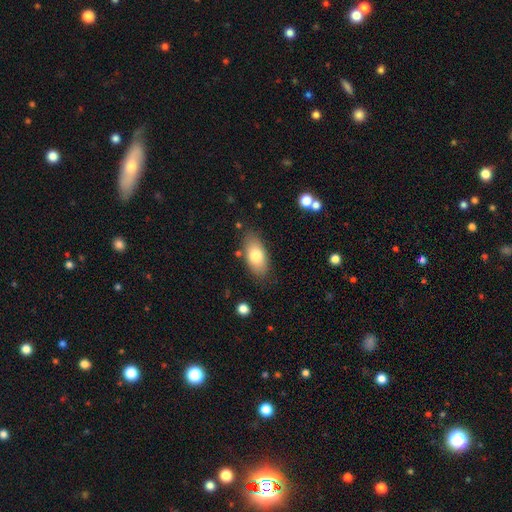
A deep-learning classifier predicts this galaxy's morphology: This appears to be a smooth galaxy with no disk features (76%) that is in between round and cigar-shaped (91%). Merging: none (81%).